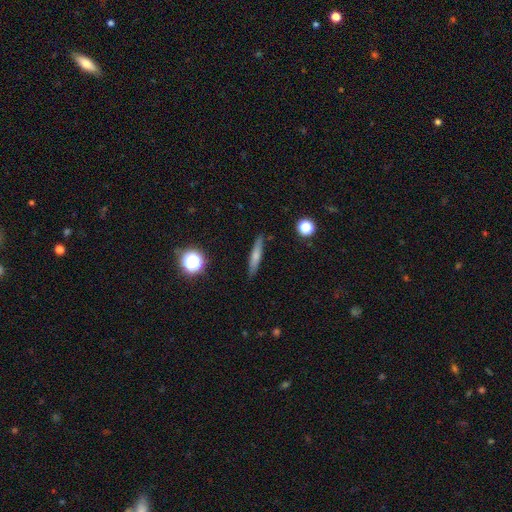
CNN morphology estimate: Smooth or featured? Predicted: smooth (p=0.61). How rounded? Predicted: cigar-shaped (p=0.88). Merging? Predicted: none (p=0.88).